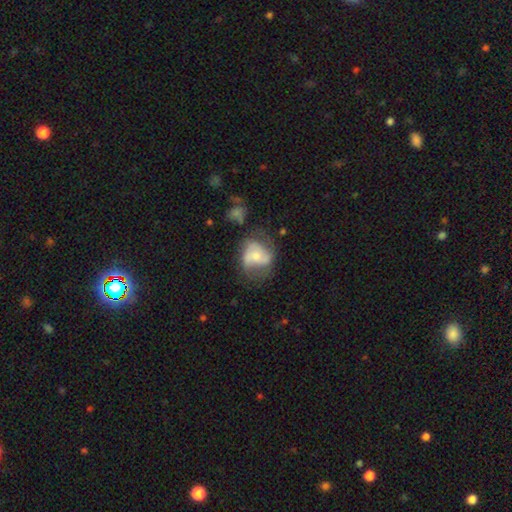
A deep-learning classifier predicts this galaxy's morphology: Q: Smooth or featured?
A: featured or disk (56%); runner-up: smooth (36%)
Q: Edge-on disk?
A: no (97%); runner-up: yes (3%)
Q: Bar?
A: no (60%); runner-up: weak (31%)
Q: Spiral arms?
A: yes (71%); runner-up: no (29%)
Q: Bulge size?
A: moderate (44%); runner-up: small (38%)
Q: Merging?
A: none (44%); runner-up: minor disturbance (26%)